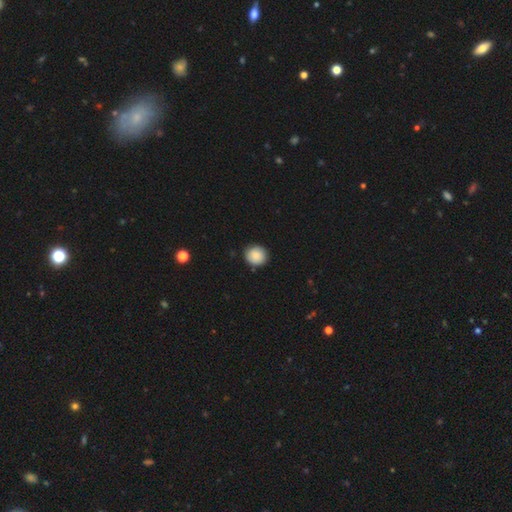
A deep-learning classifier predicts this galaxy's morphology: This appears to be a smooth galaxy with no disk features (88%) that is round (88%). Merging: none (88%).